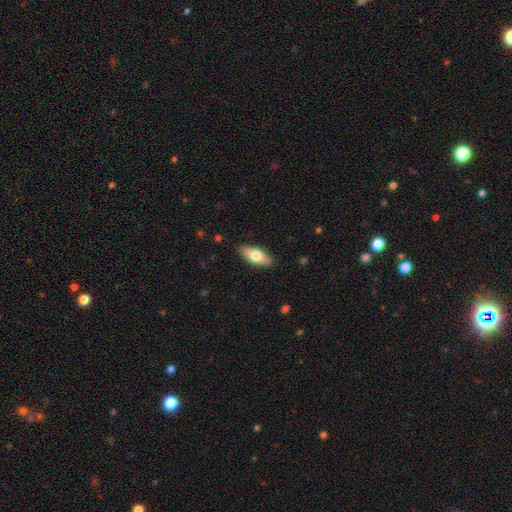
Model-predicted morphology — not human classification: A smooth galaxy with no disk features (71%) that is in between round and cigar-shaped (82%). Merging: none (88%).